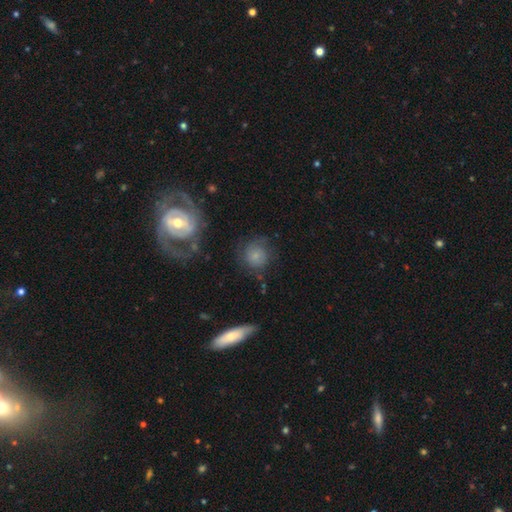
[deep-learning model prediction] This is likely a smooth galaxy (70%). How rounded: clearly round (87%). Merging: likely none (66%).